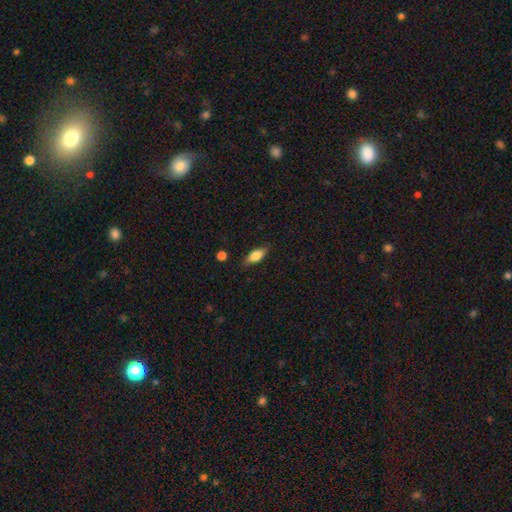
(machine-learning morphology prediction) Smooth or featured?
  - smooth: 75% *
  - featured or disk: 18%
  - star or artifact: 7%
How rounded?
  - in between: 77% *
  - cigar-shaped: 19%
  - round: 4%
Merging?
  - none: 79% *
  - minor disturbance: 16%
  - major disturbance: 4%
  - merger: 1%